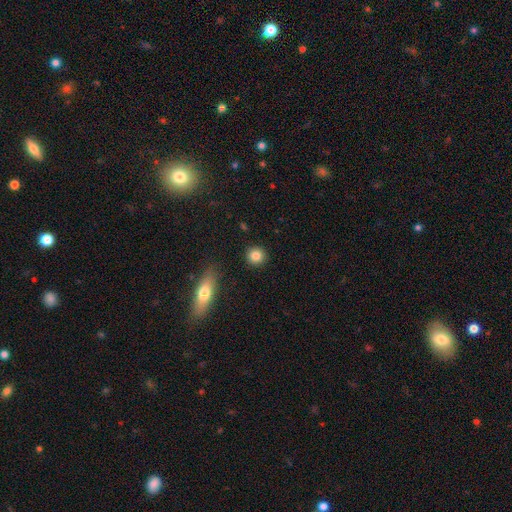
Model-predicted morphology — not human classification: The model was most divided on "smooth or featured": smooth: 85%, star or artifact: 9%, featured or disk: 6%. More confident: how rounded — round (92%); merging — none (90%).